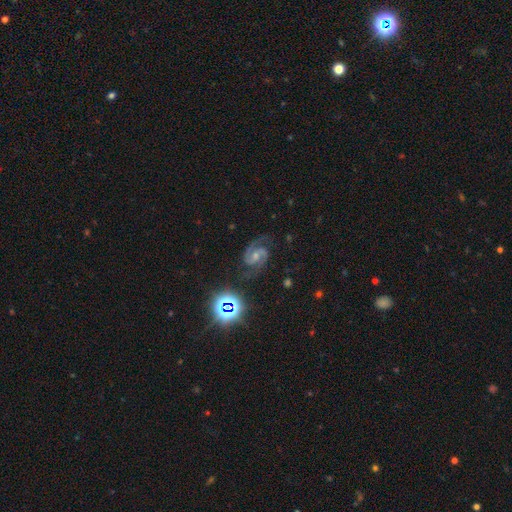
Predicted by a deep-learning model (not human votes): Q: Smooth or featured?
A: featured or disk (85%); runner-up: star or artifact (10%)
Q: Edge-on disk?
A: no (98%); runner-up: yes (2%)
Q: Bar?
A: weak (45%); runner-up: no (39%)
Q: Spiral arms?
A: yes (98%); runner-up: no (2%)
Q: Spiral winding?
A: medium (63%); runner-up: tight (25%)
Q: Spiral arm count?
A: 2 (93%); runner-up: can't tell (2%)
Q: Bulge size?
A: small (44%); runner-up: moderate (43%)
Q: Merging?
A: none (77%); runner-up: minor disturbance (15%)